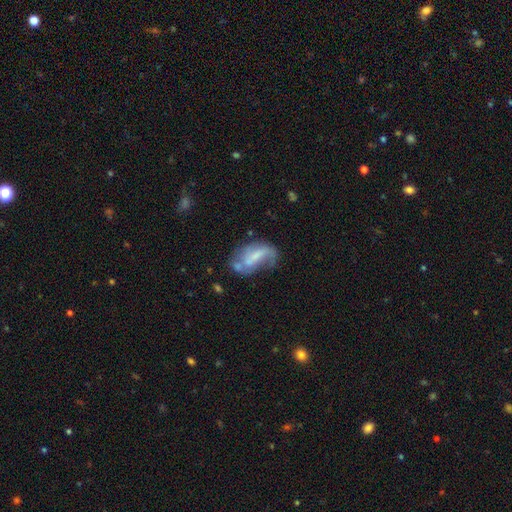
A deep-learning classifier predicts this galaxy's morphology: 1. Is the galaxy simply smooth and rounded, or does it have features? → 54% featured or disk, 37% smooth, 9% star or artifact.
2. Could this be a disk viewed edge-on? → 95% no, 5% yes.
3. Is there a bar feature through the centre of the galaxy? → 42% no, 37% weak, 21% strong.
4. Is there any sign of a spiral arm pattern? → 56% yes, 44% no.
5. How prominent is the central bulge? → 36% none, 31% small, 25% moderate, 7% large, 2% dominant.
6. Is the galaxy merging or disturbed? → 31% none, 30% major disturbance, 25% minor disturbance, 14% merger.